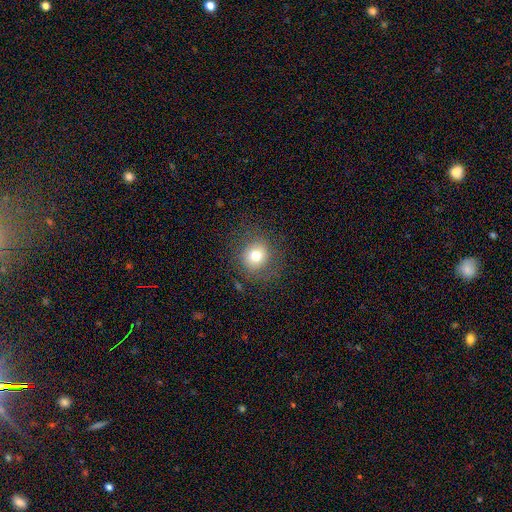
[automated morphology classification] Overall: smooth (74%). How rounded: round (85%). Merging: none (82%).